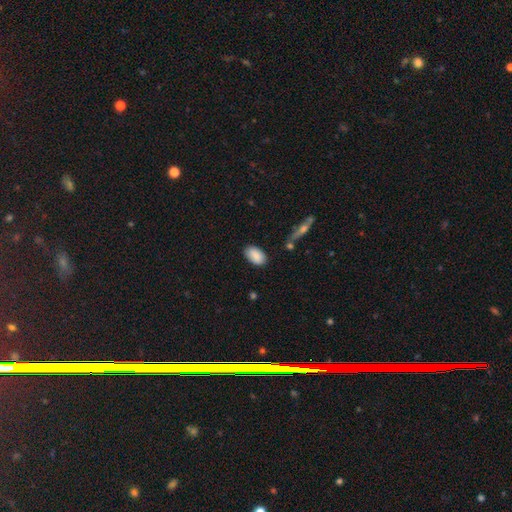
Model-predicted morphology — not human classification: The model was most divided on "merging": none: 84%, minor disturbance: 11%, major disturbance: 3%, merger: 2%. More confident: how rounded — in between (94%); smooth or featured — smooth (88%).